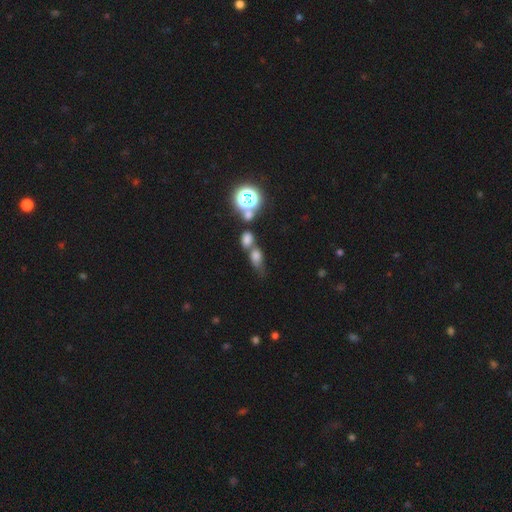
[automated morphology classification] Smooth or featured? smooth (65%)
How rounded? in between (66%)
Merging? merger (50%)